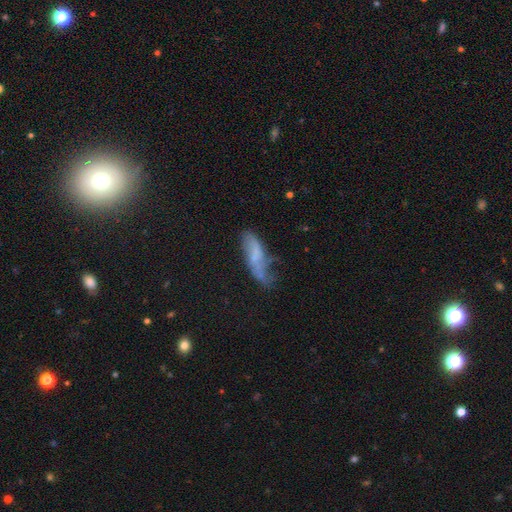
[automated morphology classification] smooth-or-featured: smooth: 47% | featured or disk: 42% | star or artifact: 12%
  merging: none: 35% | minor disturbance: 32% | major disturbance: 26% | merger: 7%